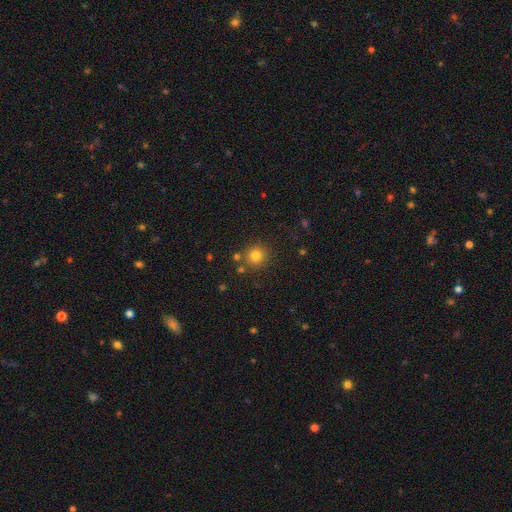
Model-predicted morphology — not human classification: smooth-or-featured: smooth: 80% | star or artifact: 13% | featured or disk: 7%
  how-rounded: round: 91% | in between: 8% | cigar-shaped: 1%
  merging: none: 82% | minor disturbance: 8% | merger: 7% | major disturbance: 3%